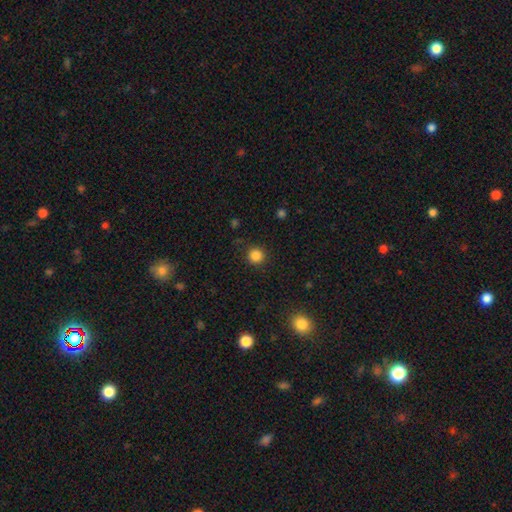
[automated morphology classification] Smooth or featured?
  - smooth: 85% *
  - star or artifact: 12%
  - featured or disk: 3%
How rounded?
  - round: 94% *
  - in between: 5%
  - cigar-shaped: 1%
Merging?
  - none: 89% *
  - minor disturbance: 7%
  - major disturbance: 3%
  - merger: 1%